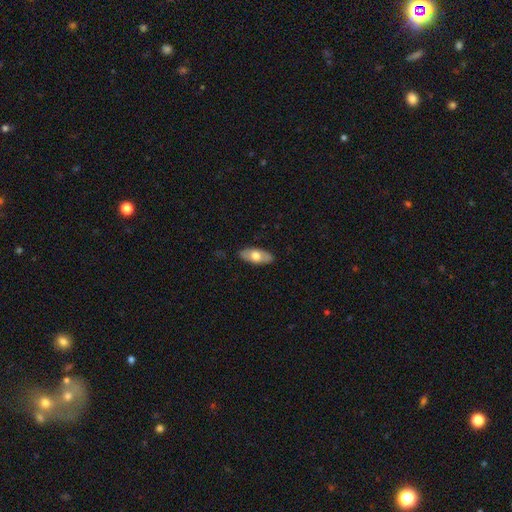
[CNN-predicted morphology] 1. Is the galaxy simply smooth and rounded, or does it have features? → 62% smooth, 33% featured or disk, 5% star or artifact.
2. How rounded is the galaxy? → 89% in between, 8% cigar-shaped, 3% round.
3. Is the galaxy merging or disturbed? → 85% none, 11% minor disturbance, 2% major disturbance, 1% merger.